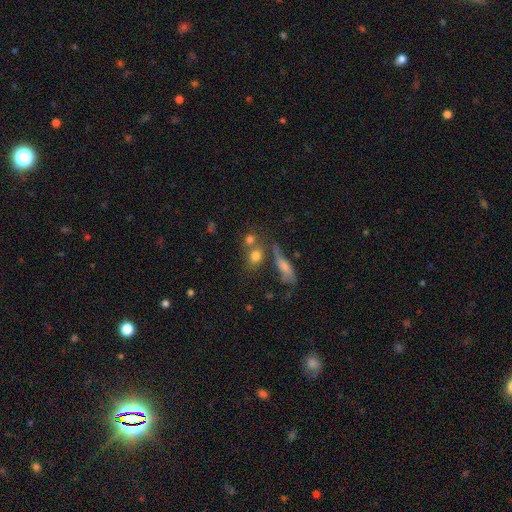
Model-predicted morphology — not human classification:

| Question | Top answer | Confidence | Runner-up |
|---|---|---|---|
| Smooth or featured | smooth | 75% | featured or disk (13%) |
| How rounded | round | 52% | in between (40%) |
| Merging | none | 51% | merger (31%) |